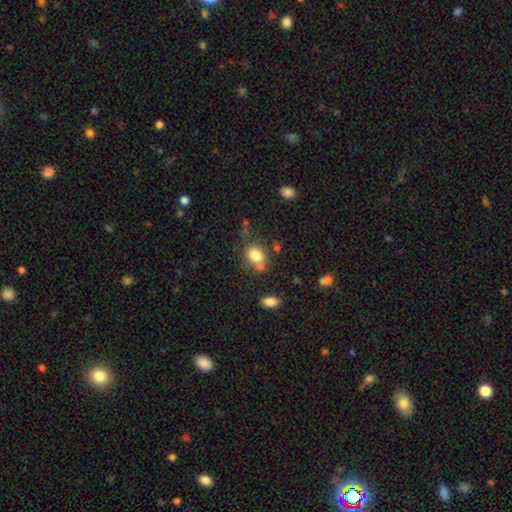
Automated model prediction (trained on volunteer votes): Q: Smooth or featured?
A: smooth (81%); runner-up: star or artifact (10%)
Q: How rounded?
A: round (55%); runner-up: in between (44%)
Q: Merging?
A: none (61%); runner-up: minor disturbance (18%)